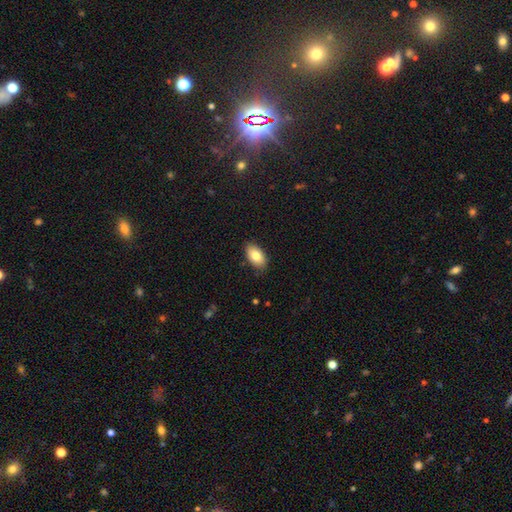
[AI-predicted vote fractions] Q: Smooth or featured?
A: smooth (81%); runner-up: featured or disk (12%)
Q: How rounded?
A: in between (94%); runner-up: round (4%)
Q: Merging?
A: none (86%); runner-up: minor disturbance (11%)